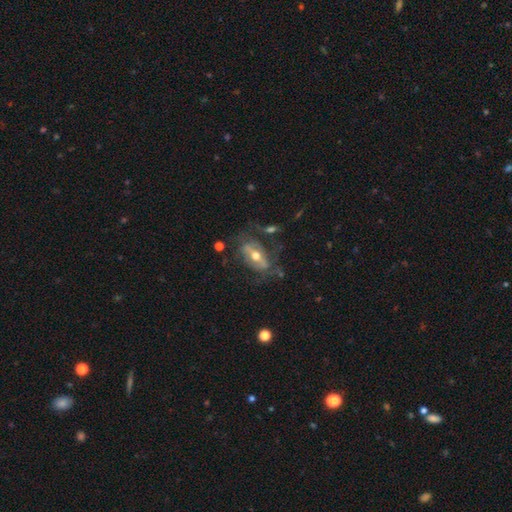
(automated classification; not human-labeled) This appears to be a featured or disk galaxy (68%) with a strong bar (45%), no spiral arms (53%) and a moderate central bulge (74%). Merging: none (51%).